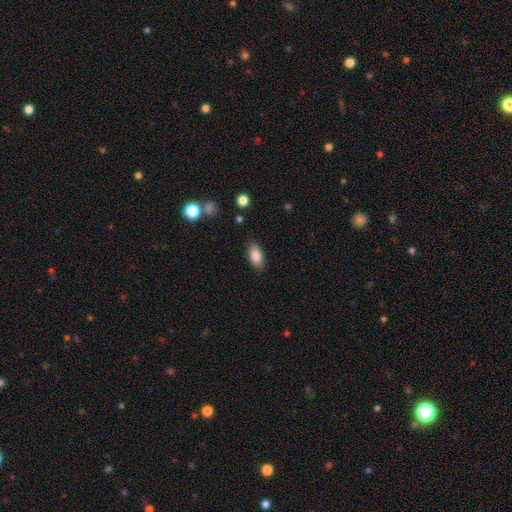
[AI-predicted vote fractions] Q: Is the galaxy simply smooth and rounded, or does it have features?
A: smooth — 84%.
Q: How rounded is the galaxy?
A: in between — 90%.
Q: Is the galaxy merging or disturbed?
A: none — 86%.